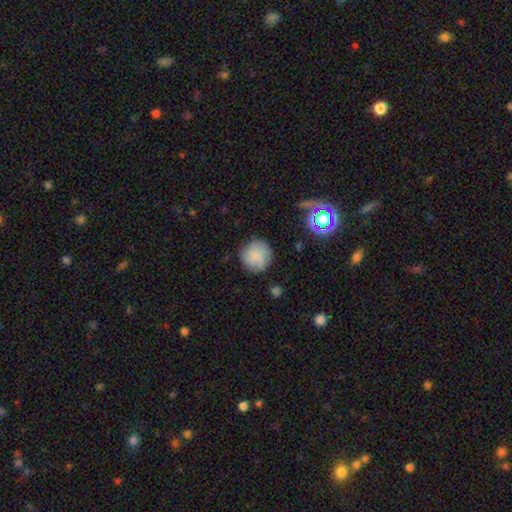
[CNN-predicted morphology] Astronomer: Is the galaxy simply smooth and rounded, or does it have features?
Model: smooth — 71%.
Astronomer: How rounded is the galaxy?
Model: round — 92%.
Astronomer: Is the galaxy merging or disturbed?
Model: none — 79%.